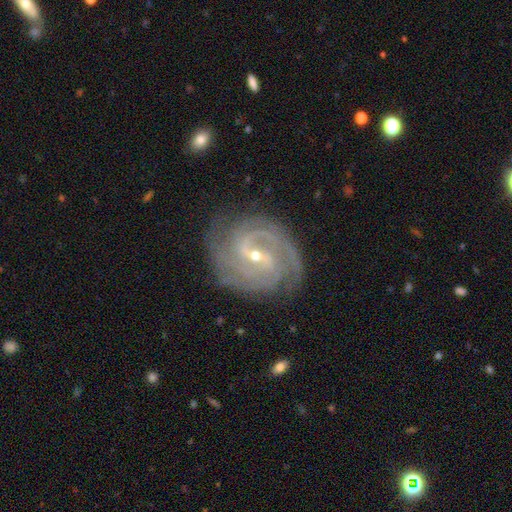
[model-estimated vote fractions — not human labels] smooth_or_featured: featured or disk (p=0.91) [alt: star or artifact p=0.05]
disk_edge_on: no (p=0.97) [alt: yes p=0.03]
bar: weak (p=0.50) [alt: strong p=0.30]
has_spiral_arms: yes (p=0.98) [alt: no p=0.02]
spiral_winding: tight (p=0.53) [alt: medium p=0.39]
spiral_arm_count: 2 (p=0.45) [alt: 3 p=0.24]
bulge_size: small (p=0.67) [alt: moderate p=0.30]
merging: none (p=0.77) [alt: minor disturbance p=0.16]